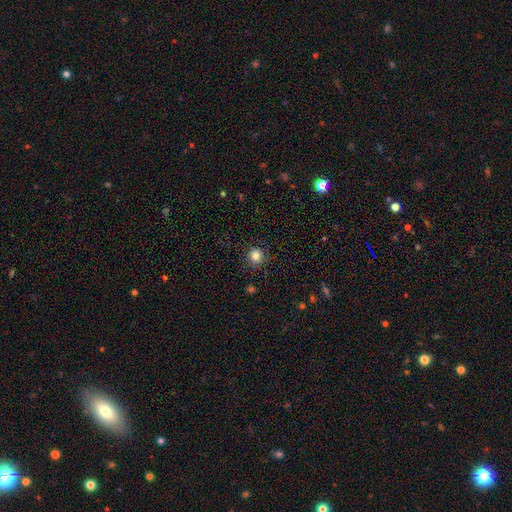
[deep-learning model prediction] Smooth or featured: smooth — 82% (star or artifact — 12%)
How rounded: round — 94% (in between — 5%)
Merging: none — 90% (minor disturbance — 7%)